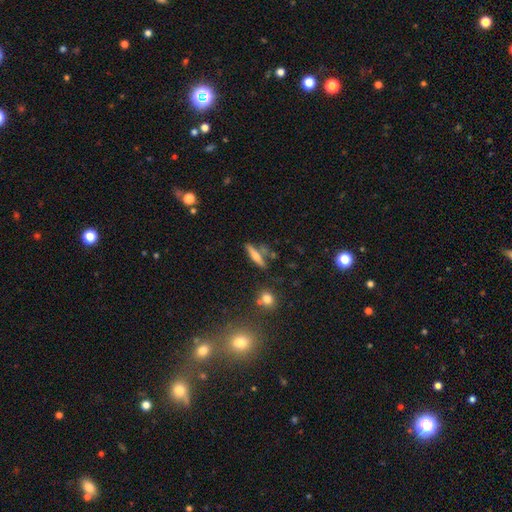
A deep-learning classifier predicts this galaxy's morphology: Smooth or featured: featured or disk — 45% (tied with smooth — 45%)
Merging: none — 73% (minor disturbance — 13%)